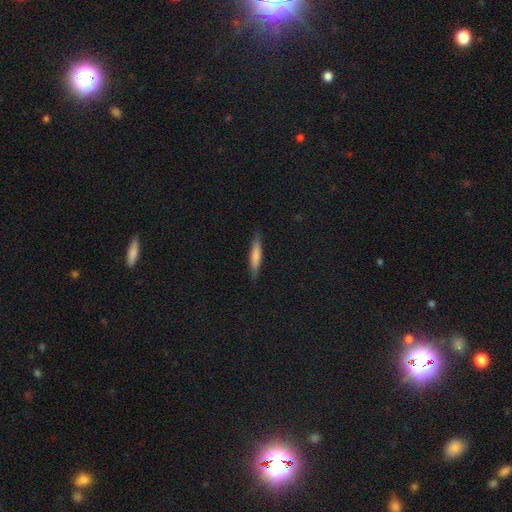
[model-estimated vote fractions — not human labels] smooth_or_featured: smooth (p=0.72) [alt: featured or disk p=0.21]
how_rounded: cigar-shaped (p=0.87) [alt: in between p=0.12]
merging: none (p=0.86) [alt: minor disturbance p=0.11]